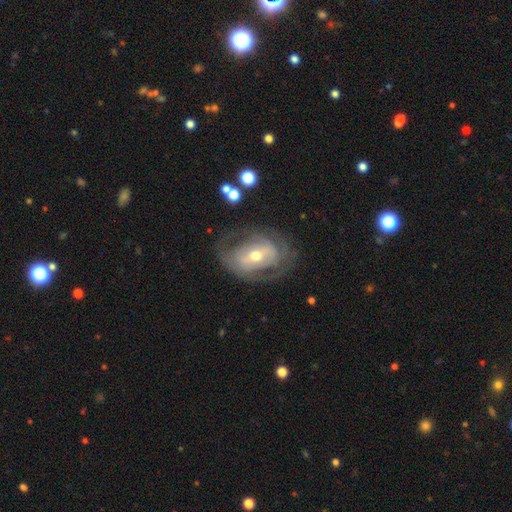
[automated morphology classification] Smooth or featured? Predicted: featured or disk (p=0.72). Edge-on disk? Predicted: no (p=0.94). Bar? Predicted: weak (p=0.37). Spiral arms? Predicted: yes (p=0.59). Bulge size? Predicted: moderate (p=0.61). Merging? Predicted: none (p=0.63).